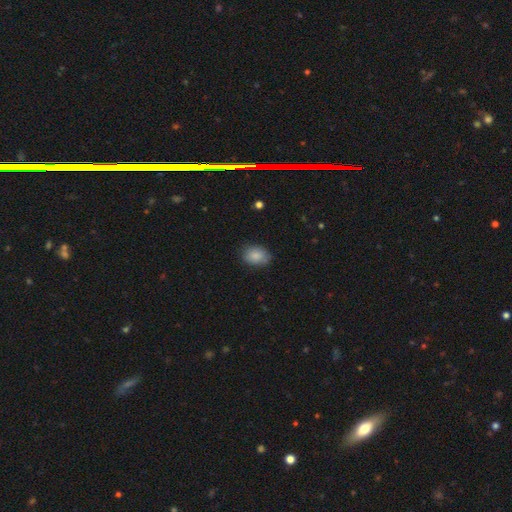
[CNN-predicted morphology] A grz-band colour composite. It shows a smooth galaxy with no disk features (87%) that is in between round and cigar-shaped (73%). Merging: none (78%).